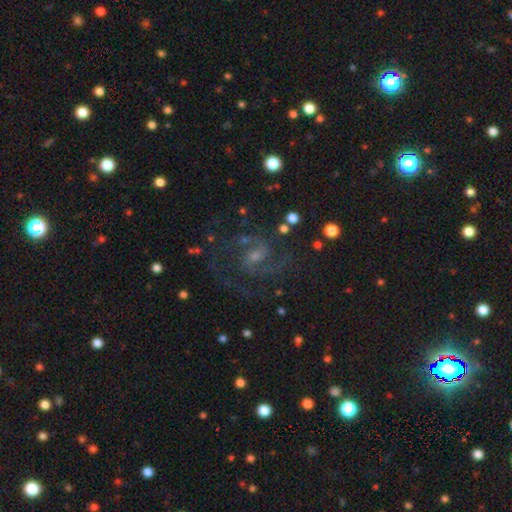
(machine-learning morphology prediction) type=featured or disk (84%); edge-on=no (98%); bar=weak (54%); spiral arms=yes (96%); winding=medium (57%); arm count=2 (70%); bulge=small (52%); merging=none (69%).